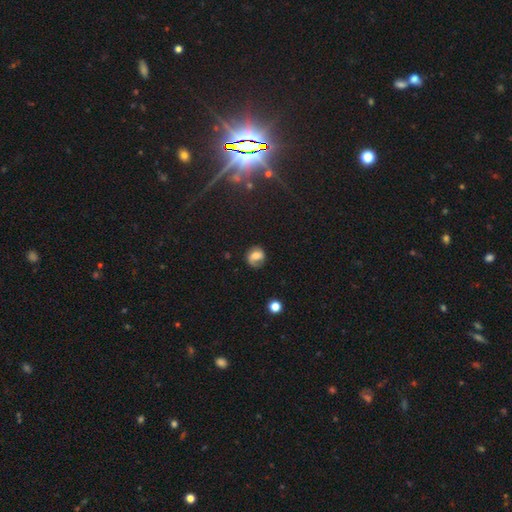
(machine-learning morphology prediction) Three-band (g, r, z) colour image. It shows a smooth galaxy with no disk features (48%). Merging: none (63%).